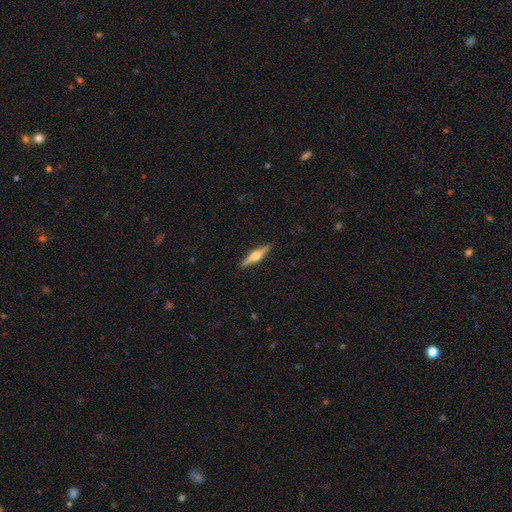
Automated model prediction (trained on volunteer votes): Smooth or featured: featured or disk — 75% (smooth — 20%)
Edge-on disk: yes — 98% (no — 2%)
Edge-on bulge: rounded — 96% (boxy — 3%)
Merging: none — 91% (minor disturbance — 6%)